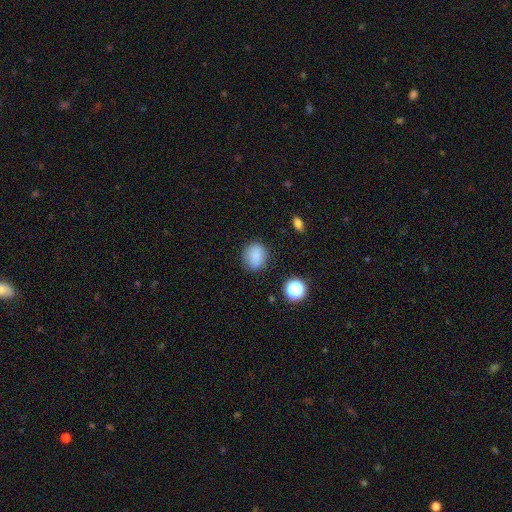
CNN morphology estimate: Smooth or featured? Predicted: smooth (p=0.84). How rounded? Predicted: round (p=0.68). Merging? Predicted: none (p=0.83).